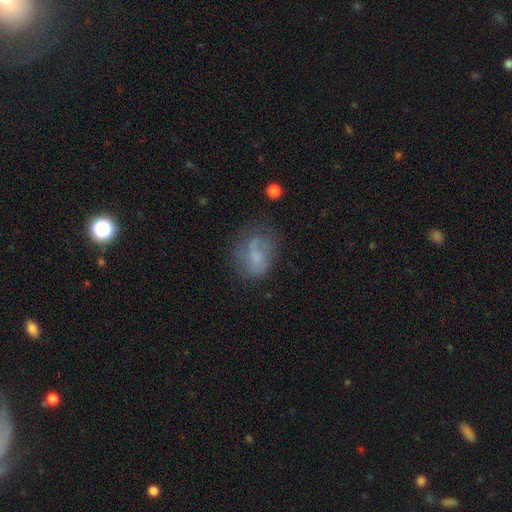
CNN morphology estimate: A smooth galaxy with no disk features (53%) that is in between round and cigar-shaped (57%). Merging: none (46%).